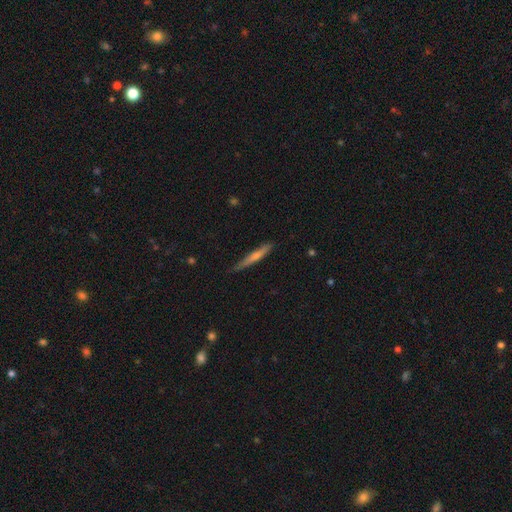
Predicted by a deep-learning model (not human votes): The model was most divided on "smooth or featured": smooth: 48%, featured or disk: 45%, star or artifact: 6%. More confident: merging — none (81%).